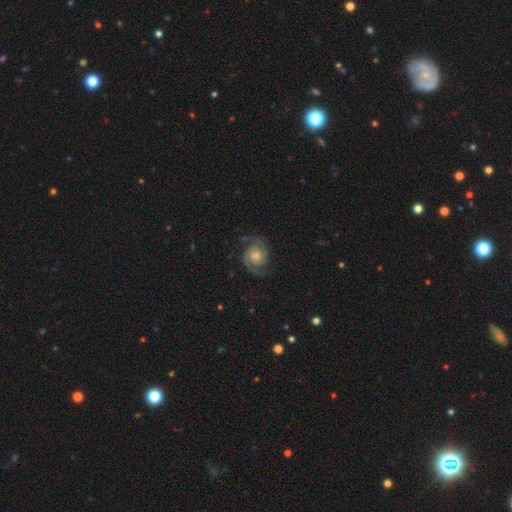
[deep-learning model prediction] Smooth or featured? featured or disk (82%)
Edge-on disk? no (98%)
Bar? no (77%)
Spiral arms? yes (97%)
Spiral winding? medium (46%)
Spiral arm count? 2 (91%)
Bulge size? moderate (45%)
Merging? none (77%)